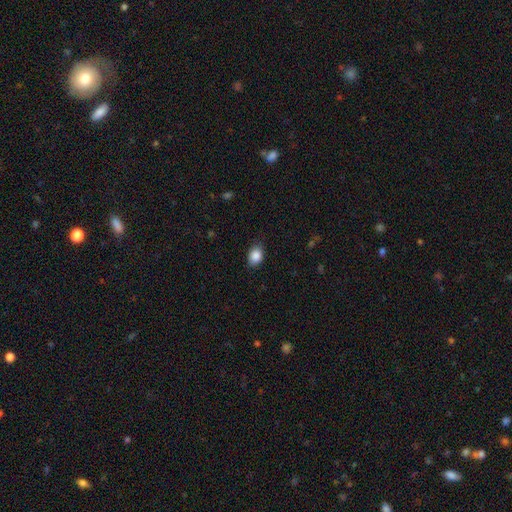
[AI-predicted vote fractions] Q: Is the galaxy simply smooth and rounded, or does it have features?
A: smooth — 88%.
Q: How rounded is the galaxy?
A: in between — 73%.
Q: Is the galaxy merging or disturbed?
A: none — 82%.